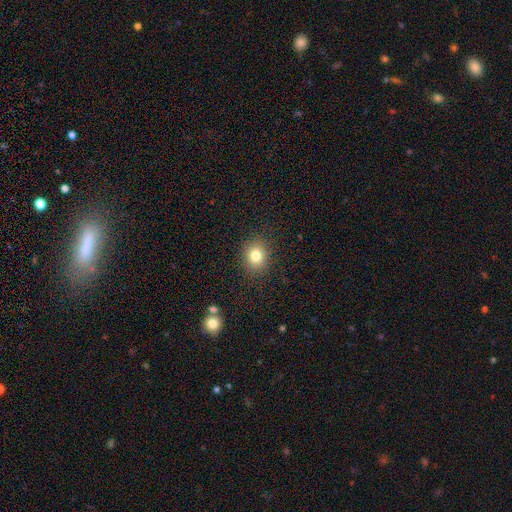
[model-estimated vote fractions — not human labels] A smooth galaxy with no disk features (80%) that is round (67%).

Vote fractions:
- Smooth or featured? smooth: 80% / star or artifact: 12% / featured or disk: 8%
- How rounded? round: 67% / in between: 32% / cigar-shaped: 1%
- Merging? none: 88% / minor disturbance: 8% / major disturbance: 3% / merger: 1%